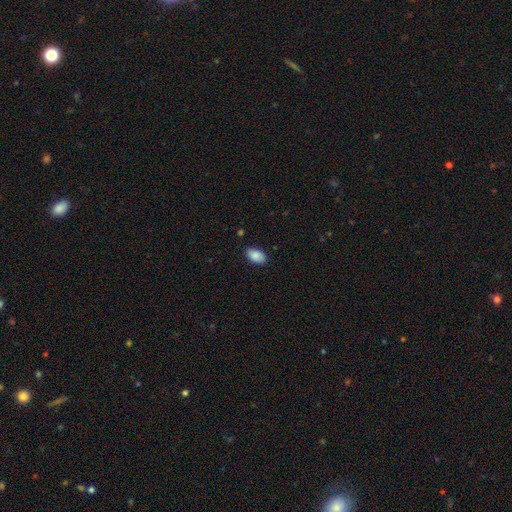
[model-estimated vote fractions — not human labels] Smooth or featured? Predicted: smooth (p=0.86). How rounded? Predicted: in between (p=0.93). Merging? Predicted: none (p=0.85).